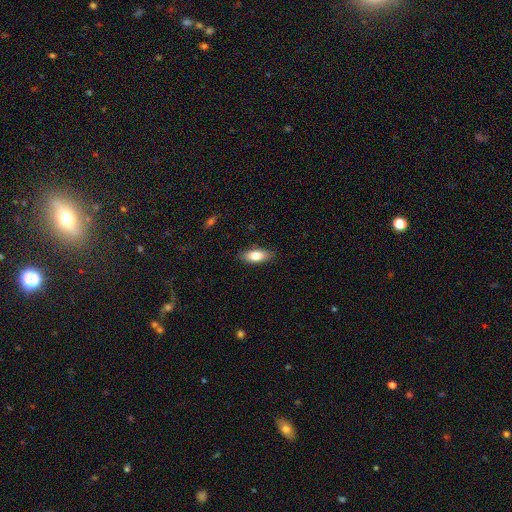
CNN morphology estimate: smooth 80%, featured or disk 13%, star or artifact 6%. Down the decision tree: how rounded — in between (80%); merging — none (87%).